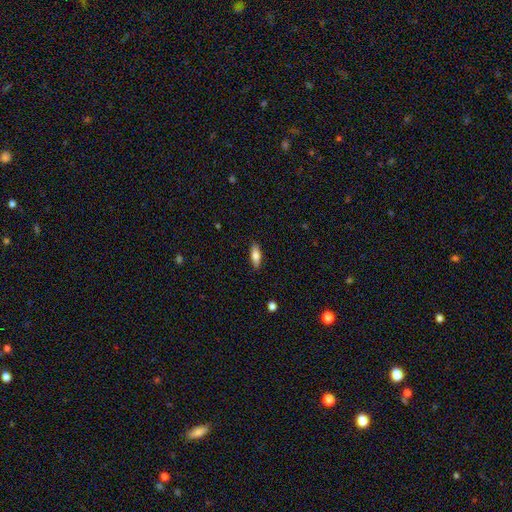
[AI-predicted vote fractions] Q: Smooth or featured?
A: smooth (77%); runner-up: featured or disk (16%)
Q: How rounded?
A: in between (62%); runner-up: cigar-shaped (36%)
Q: Merging?
A: none (88%); runner-up: minor disturbance (9%)